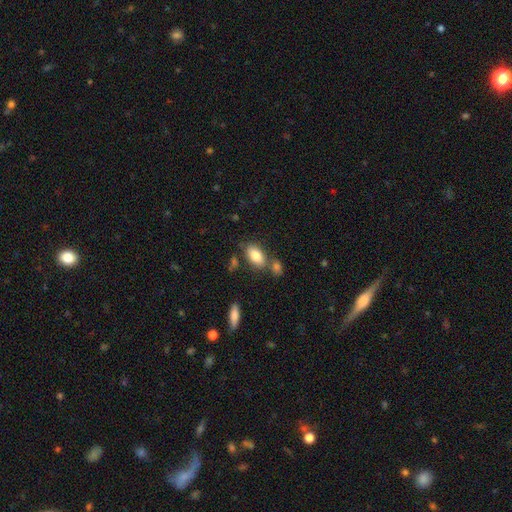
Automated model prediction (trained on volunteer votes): A smooth galaxy with no disk features (83%) that is in between round and cigar-shaped (91%). Merging: none (65%).